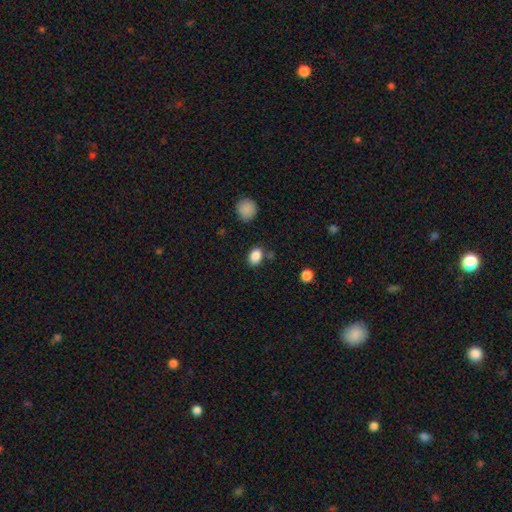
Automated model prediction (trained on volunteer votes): smooth 87%, star or artifact 9%, featured or disk 4%. Down the decision tree: how rounded — in between (71%); merging — none (78%).